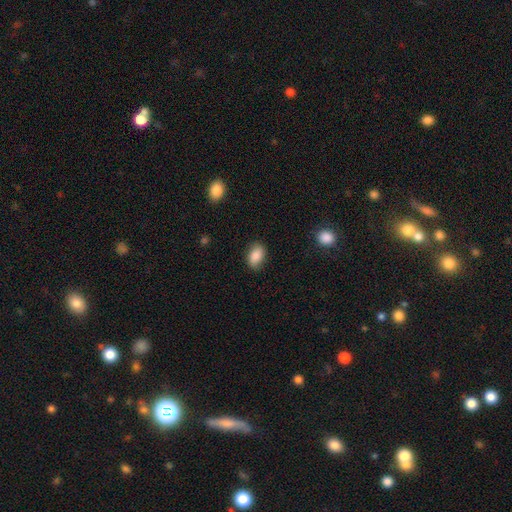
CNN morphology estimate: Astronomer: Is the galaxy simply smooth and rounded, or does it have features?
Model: smooth — 87%.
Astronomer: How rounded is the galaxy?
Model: in between — 89%.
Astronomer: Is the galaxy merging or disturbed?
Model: none — 83%.